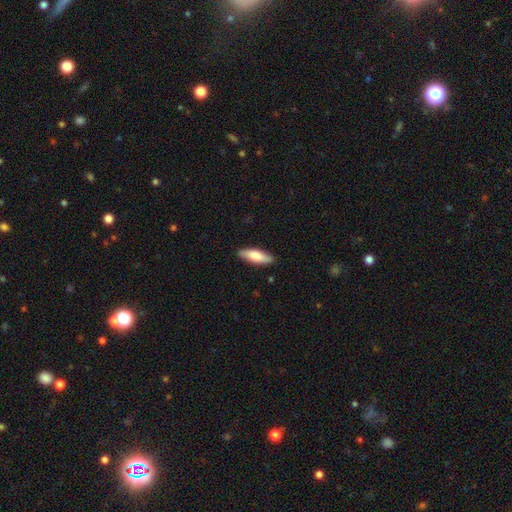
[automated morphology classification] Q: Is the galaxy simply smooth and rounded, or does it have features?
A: smooth — 76%.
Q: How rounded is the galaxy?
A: in between — 54%.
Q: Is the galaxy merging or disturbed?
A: none — 88%.